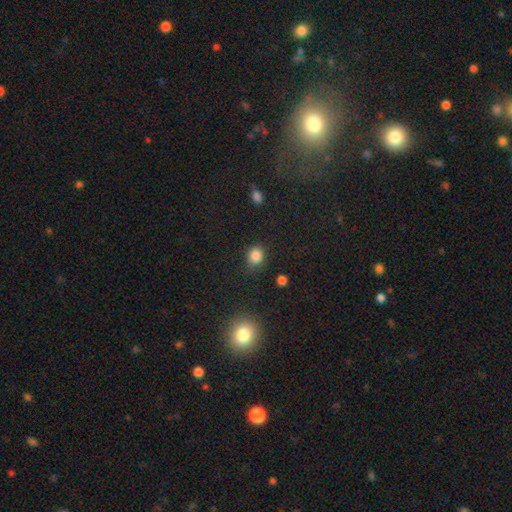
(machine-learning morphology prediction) Smooth or featured? Predicted: smooth (p=0.83). How rounded? Predicted: round (p=0.64). Merging? Predicted: none (p=0.73).